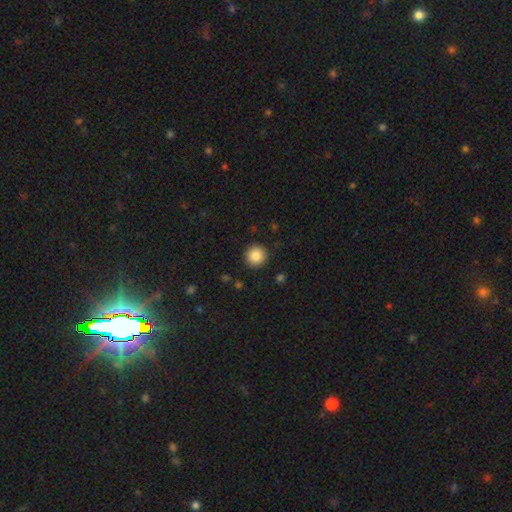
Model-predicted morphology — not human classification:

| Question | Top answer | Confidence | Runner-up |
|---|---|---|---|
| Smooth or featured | smooth | 86% | star or artifact (9%) |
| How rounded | round | 95% | in between (4%) |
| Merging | none | 92% | minor disturbance (5%) |